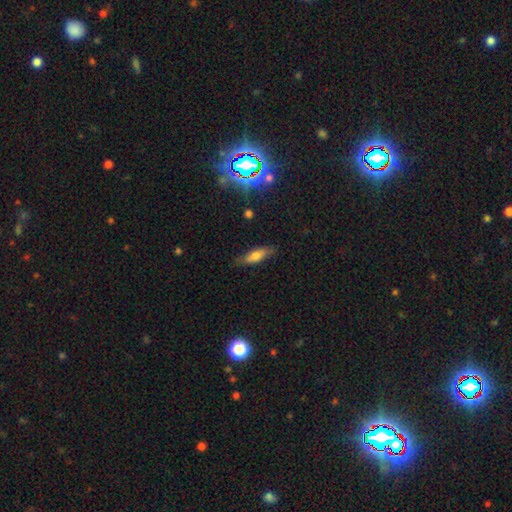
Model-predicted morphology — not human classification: smooth-or-featured: smooth: 69% | featured or disk: 23% | star or artifact: 8%
  how-rounded: cigar-shaped: 53% | in between: 44% | round: 2%
  merging: none: 82% | minor disturbance: 14% | major disturbance: 3% | merger: 1%